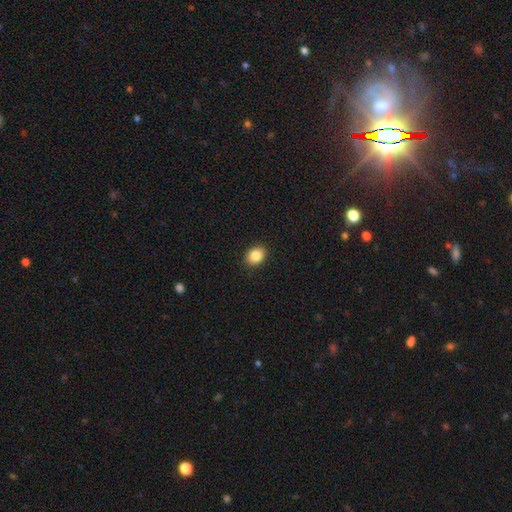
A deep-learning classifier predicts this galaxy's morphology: This is clearly a smooth galaxy (86%). How rounded: possibly in between (53%). Merging: clearly none (90%).